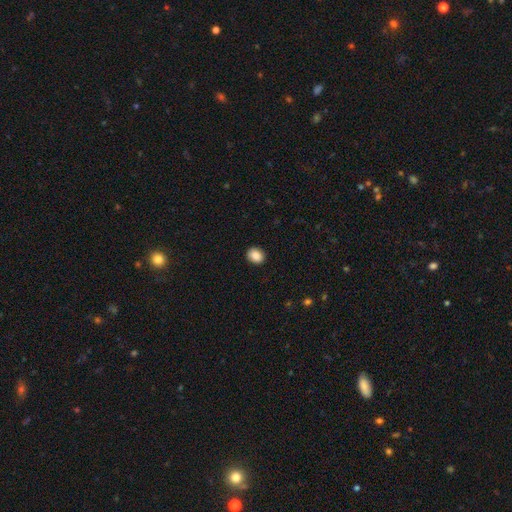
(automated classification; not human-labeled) Smooth or featured? smooth (89%)
How rounded? round (54%)
Merging? none (91%)